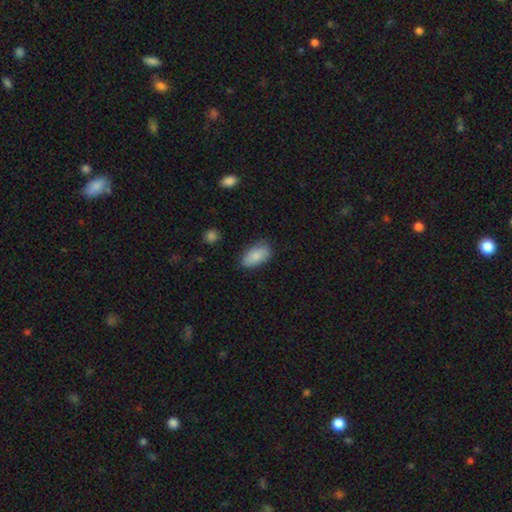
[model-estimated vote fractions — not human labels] This appears to be a smooth galaxy with no disk features (84%) that is in between round and cigar-shaped (94%). Merging: none (72%).